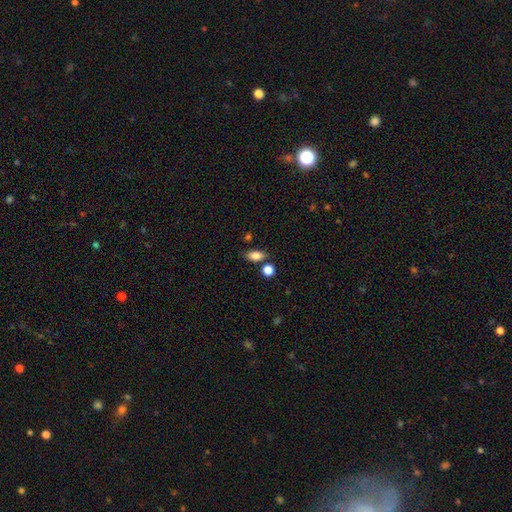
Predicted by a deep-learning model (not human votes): The model was most divided on "merging": none: 74%, minor disturbance: 13%, merger: 9%, major disturbance: 3%. More confident: how rounded — in between (83%); smooth or featured — smooth (82%).